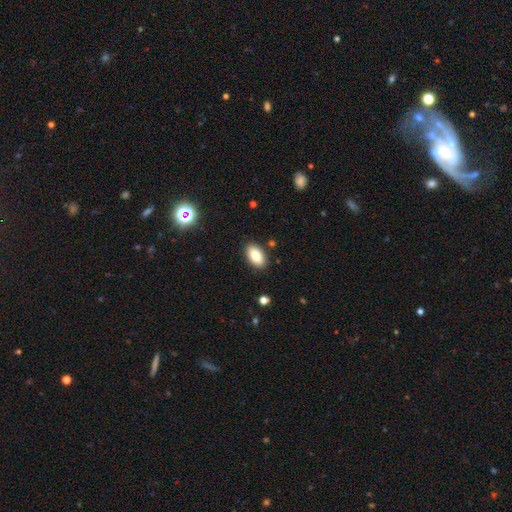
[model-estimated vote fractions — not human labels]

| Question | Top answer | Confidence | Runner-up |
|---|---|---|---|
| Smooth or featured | smooth | 83% | featured or disk (10%) |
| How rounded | in between | 93% | round (4%) |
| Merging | none | 88% | minor disturbance (8%) |